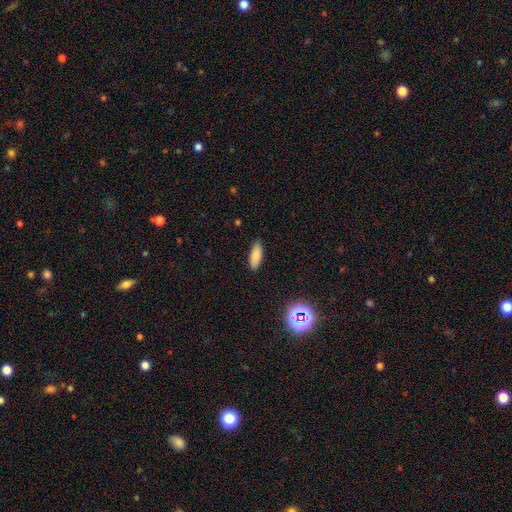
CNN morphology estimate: type=smooth (84%); roundness=in between (70%); merging=none (87%).